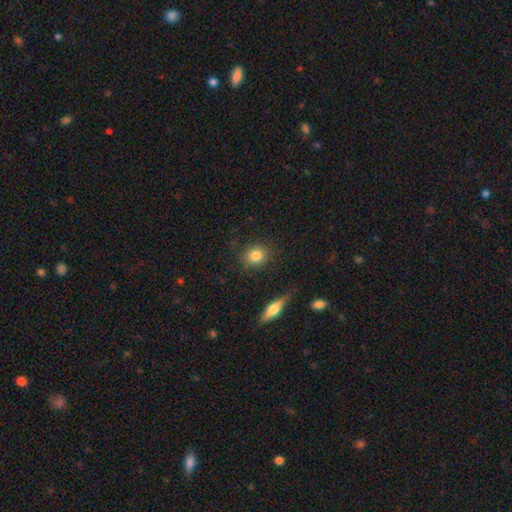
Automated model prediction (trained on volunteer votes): Smooth or featured? Predicted: smooth (p=0.83). How rounded? Predicted: round (p=0.72). Merging? Predicted: none (p=0.84).